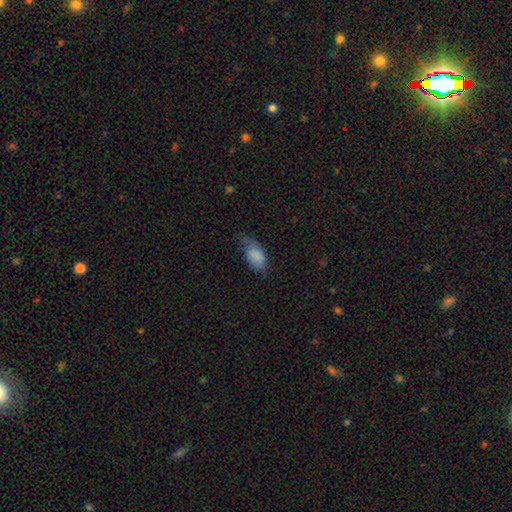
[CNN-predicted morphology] This is clearly a smooth galaxy (81%). How rounded: clearly in between (92%). Merging: marginally none (43%).